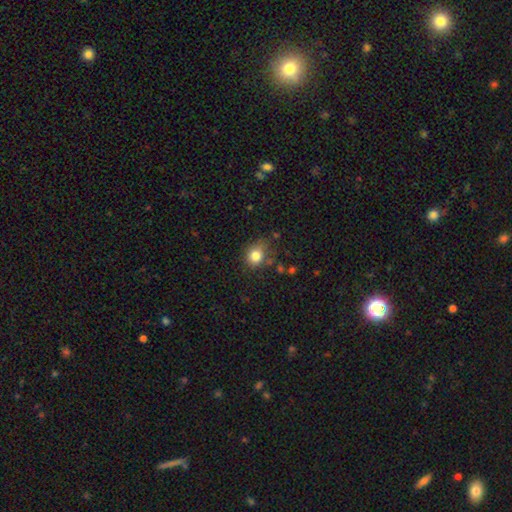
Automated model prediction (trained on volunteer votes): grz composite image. It shows a smooth galaxy with no disk features (81%) that is round (63%). Merging: none (65%).